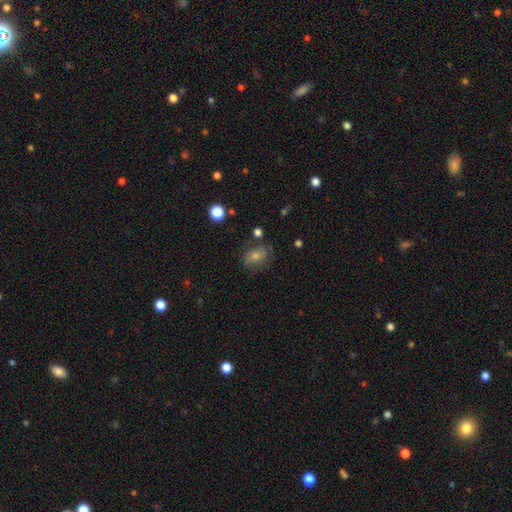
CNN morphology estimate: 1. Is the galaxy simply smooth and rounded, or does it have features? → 46% smooth, 32% featured or disk, 22% star or artifact.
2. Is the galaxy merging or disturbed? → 75% none, 16% minor disturbance, 6% major disturbance, 3% merger.